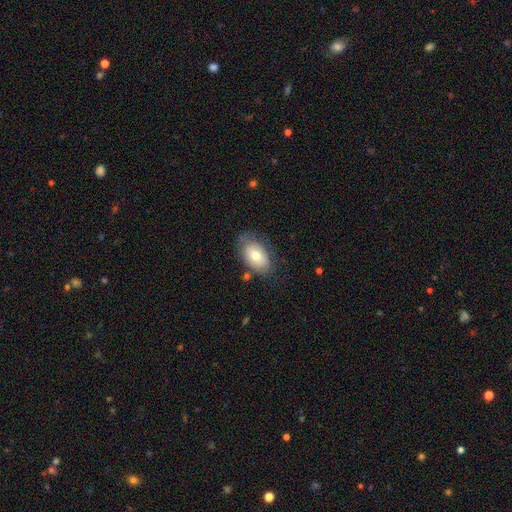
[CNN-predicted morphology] A smooth galaxy with no disk features (70%) that is in between round and cigar-shaped (88%). Merging: none (69%).